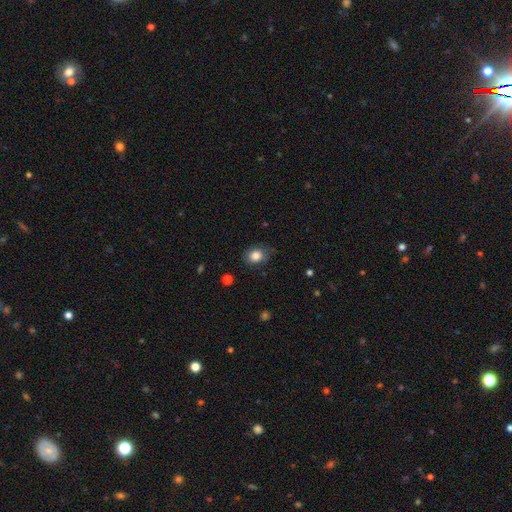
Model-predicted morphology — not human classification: Overall: smooth (84%). How rounded: in between (59%; round 40%). Merging: none (77%).